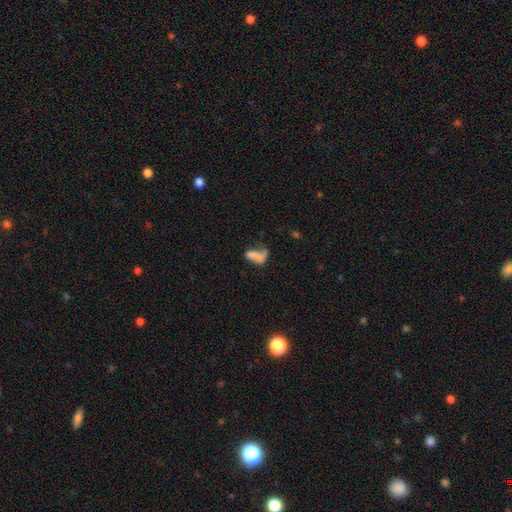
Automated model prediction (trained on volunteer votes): This appears to be a smooth galaxy with no disk features (59%) that is in between round and cigar-shaped (81%). Merging: merger (32%, tied with major disturbance).